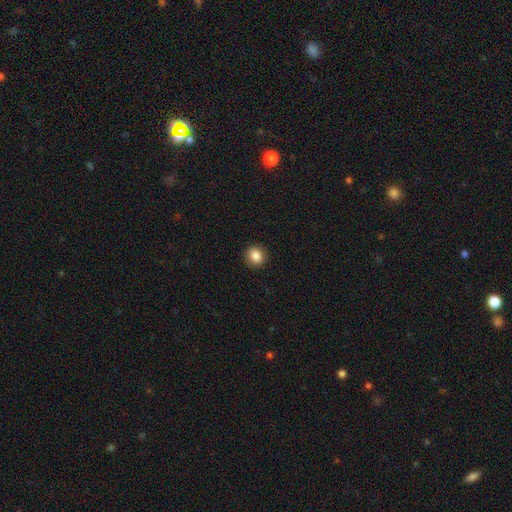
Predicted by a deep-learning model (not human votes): Smooth or featured? smooth (86%)
How rounded? round (85%)
Merging? none (91%)